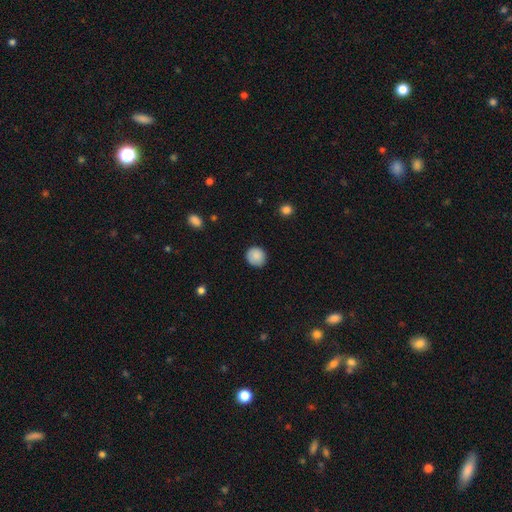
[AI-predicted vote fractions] The model was most divided on "merging": none: 86%, minor disturbance: 10%, major disturbance: 2%, merger: 1%. More confident: how rounded — round (89%); smooth or featured — smooth (88%).